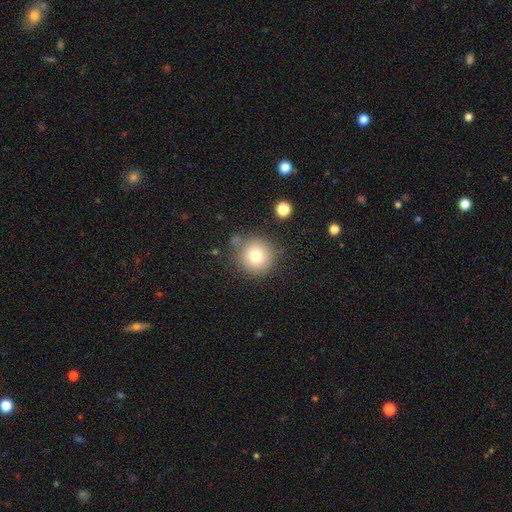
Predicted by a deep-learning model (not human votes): This appears to be a smooth galaxy with no disk features (79%) that is round (94%). Merging: none (80%).